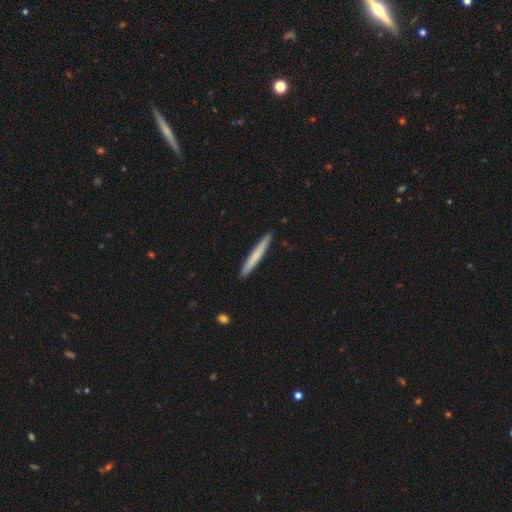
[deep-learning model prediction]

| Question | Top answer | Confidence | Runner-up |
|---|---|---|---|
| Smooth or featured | smooth | 68% | featured or disk (27%) |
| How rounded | cigar-shaped | 97% | in between (2%) |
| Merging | none | 92% | minor disturbance (6%) |